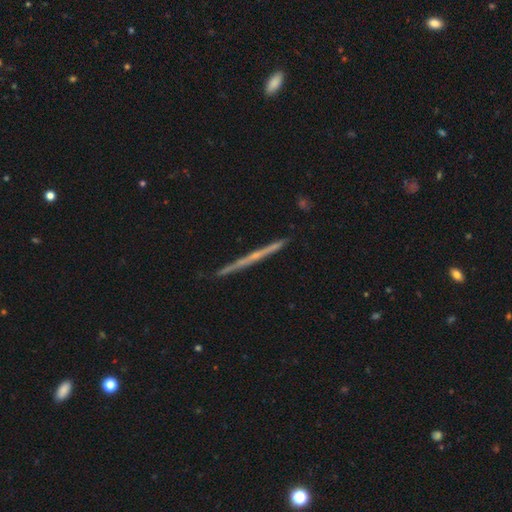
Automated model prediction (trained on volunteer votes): This is likely a featured or disk galaxy (68%). It is clearly viewed edge-on (98%). Edge-on bulge: likely none (69%). Merging: clearly none (89%).